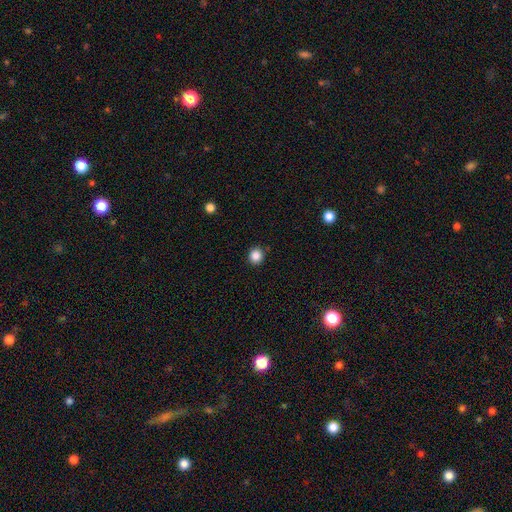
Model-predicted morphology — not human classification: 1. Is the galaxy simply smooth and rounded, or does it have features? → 86% smooth, 11% star or artifact, 3% featured or disk.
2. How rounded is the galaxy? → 90% round, 9% in between, 1% cigar-shaped.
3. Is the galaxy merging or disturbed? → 91% none, 6% minor disturbance, 2% major disturbance, 1% merger.